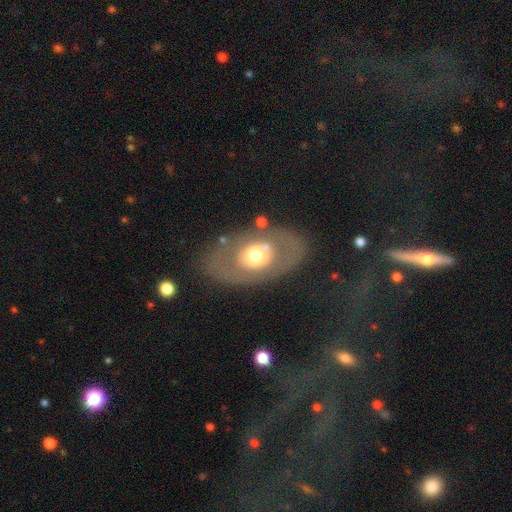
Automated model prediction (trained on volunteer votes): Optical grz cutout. It shows a featured or disk galaxy (53%). Merging: none (74%).